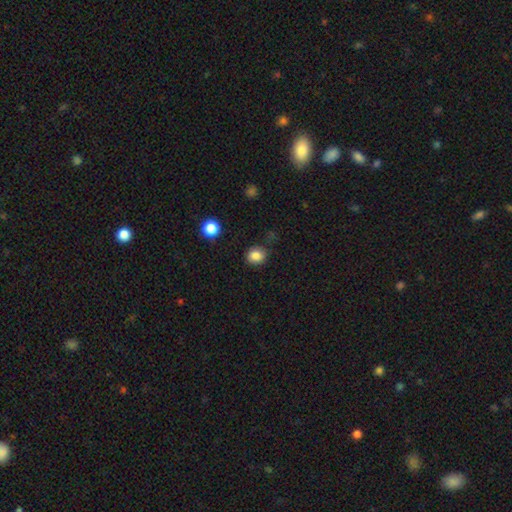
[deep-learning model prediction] Smooth or featured? smooth (84%)
How rounded? round (70%)
Merging? none (80%)